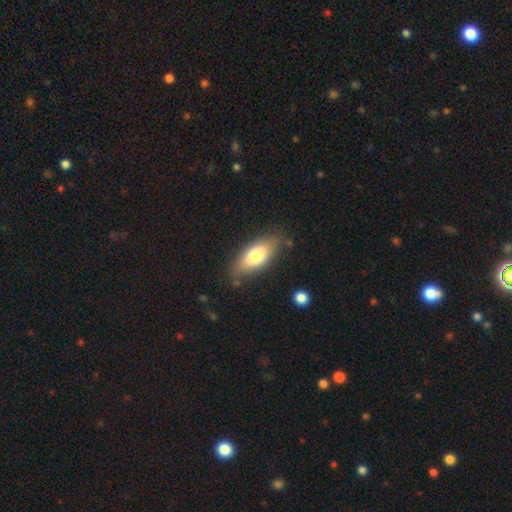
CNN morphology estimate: Q: Smooth or featured?
A: smooth (74%); runner-up: featured or disk (20%)
Q: How rounded?
A: in between (81%); runner-up: cigar-shaped (17%)
Q: Merging?
A: none (79%); runner-up: minor disturbance (15%)